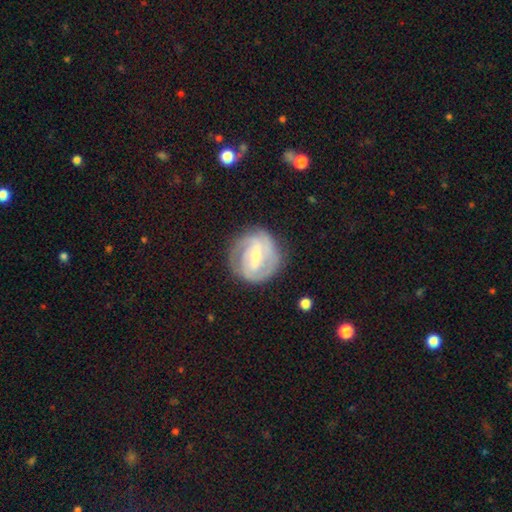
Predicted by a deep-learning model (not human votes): This is clearly a featured or disk galaxy (81%). It is clearly not viewed edge-on (97%). Bar: possibly weak (46%). Spiral arm pattern: clearly yes (91%). Spiral arm count: marginally 2 (42%). Spiral winding: likely tight (63%). Central bulge: possibly small (53%). Merging: likely none (78%).